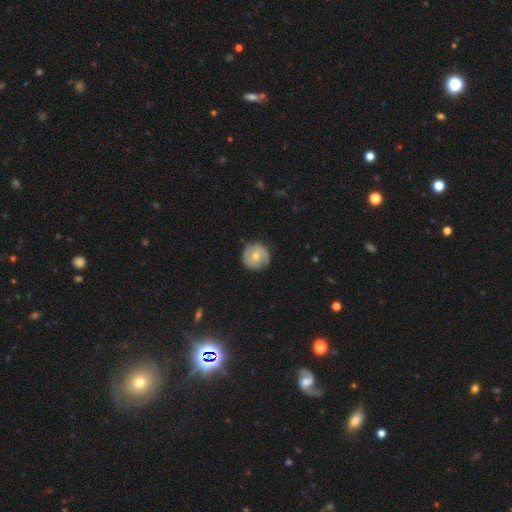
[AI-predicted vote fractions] The model was most divided on "bulge size": moderate: 50%, small: 45%, large: 2%, none: 2%, dominant: 1%. More confident: edge-on disk — no (97%); spiral arms — yes (85%); merging — none (81%); bar — no (70%); smooth or featured — featured or disk (54%).